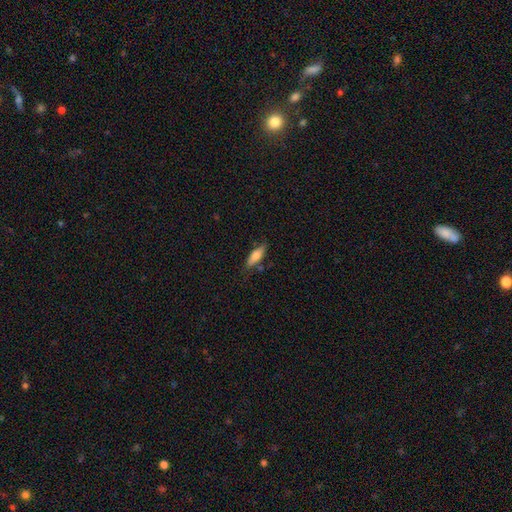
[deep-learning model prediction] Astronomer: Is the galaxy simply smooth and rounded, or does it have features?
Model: smooth — 69%.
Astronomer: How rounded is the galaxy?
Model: cigar-shaped — 51% (runner-up: in between, 47%).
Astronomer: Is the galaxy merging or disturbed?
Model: none — 74%.